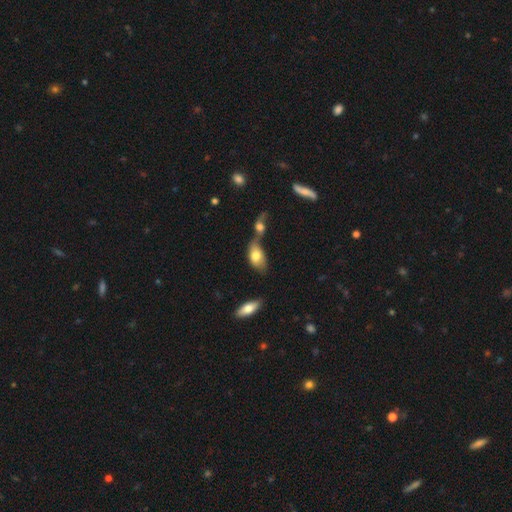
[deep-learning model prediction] This is likely a smooth galaxy (75%). How rounded: clearly in between (90%). Merging: possibly merger (55%).